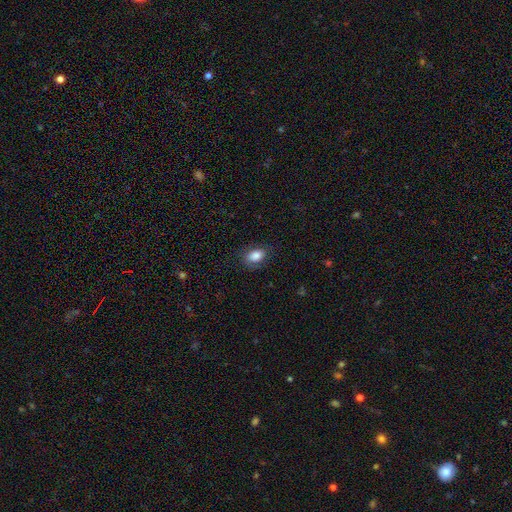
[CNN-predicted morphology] A smooth galaxy with no disk features (81%) that is in between round and cigar-shaped (84%). Merging: none (78%).